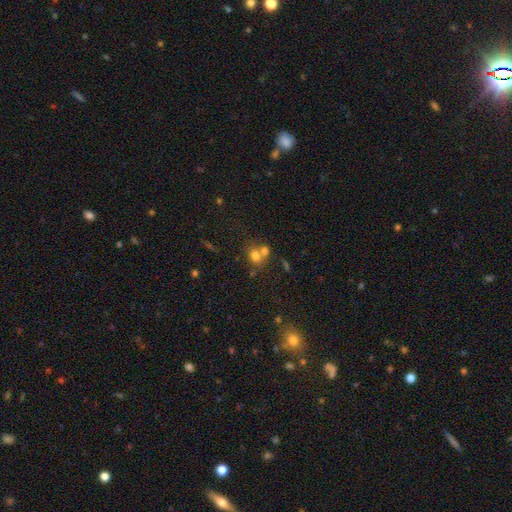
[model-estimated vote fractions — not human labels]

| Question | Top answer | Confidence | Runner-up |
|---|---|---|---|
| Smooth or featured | smooth | 72% | star or artifact (14%) |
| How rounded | round | 58% | in between (41%) |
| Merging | merger | 48% | none (39%) |